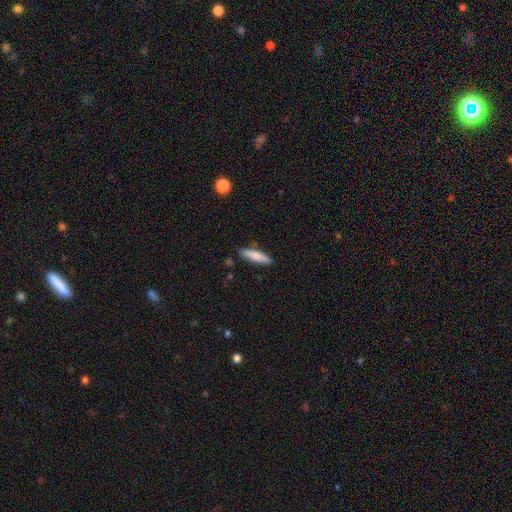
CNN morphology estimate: This appears to be a smooth galaxy with no disk features (82%) that is cigar-shaped (73%). Merging: none (84%).